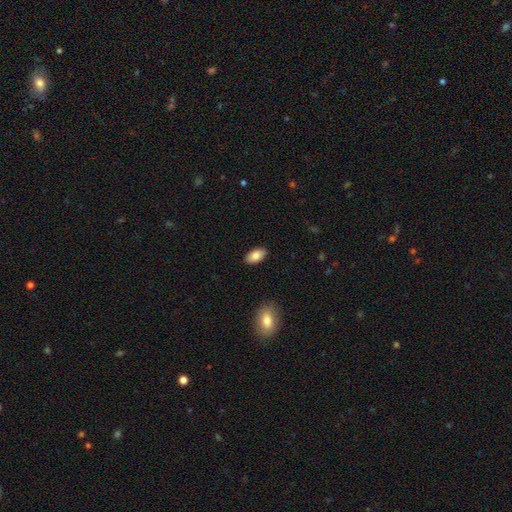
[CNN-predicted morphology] A smooth galaxy with no disk features (84%) that is in between round and cigar-shaped (94%). Merging: none (89%).